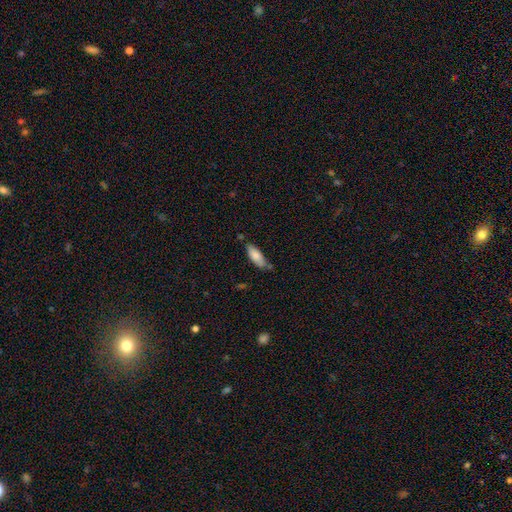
Smooth or featured: smooth — 81% (featured or disk — 14%)
How rounded: in between — 73% (cigar-shaped — 27%)
Merging: none — 51% (minor disturbance — 37%)